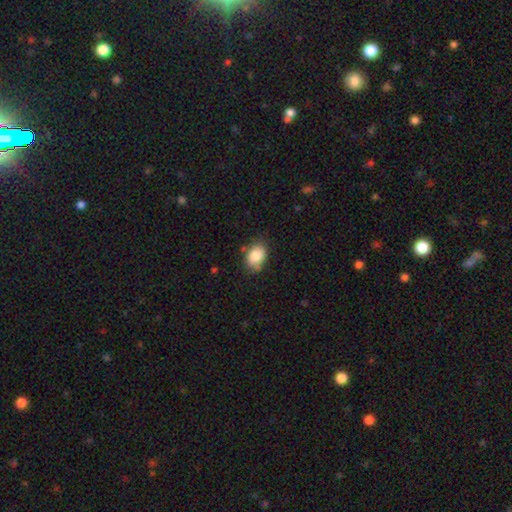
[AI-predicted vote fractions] A smooth galaxy with no disk features (85%) that is in between round and cigar-shaped (73%).

Vote fractions:
- Smooth or featured? smooth: 85% / star or artifact: 8% / featured or disk: 7%
- How rounded? in between: 73% / round: 26% / cigar-shaped: 1%
- Merging? none: 71% / minor disturbance: 22% / major disturbance: 4% / merger: 3%